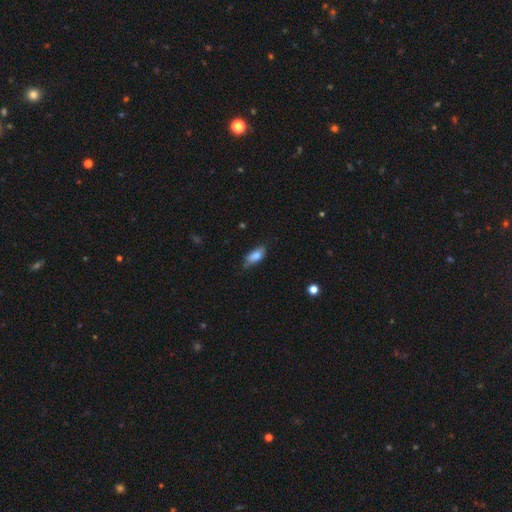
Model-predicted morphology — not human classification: Smooth or featured?
  - smooth: 78% *
  - featured or disk: 15%
  - star or artifact: 7%
How rounded?
  - in between: 81% *
  - cigar-shaped: 17%
  - round: 3%
Merging?
  - none: 67% *
  - minor disturbance: 27%
  - major disturbance: 5%
  - merger: 2%